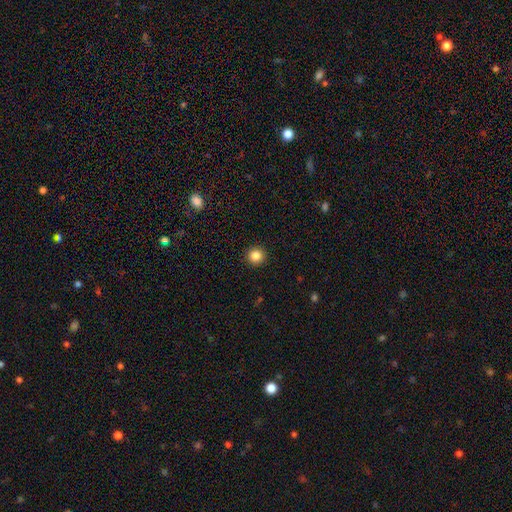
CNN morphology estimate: This is clearly a smooth galaxy (86%). How rounded: clearly round (94%). Merging: clearly none (93%).